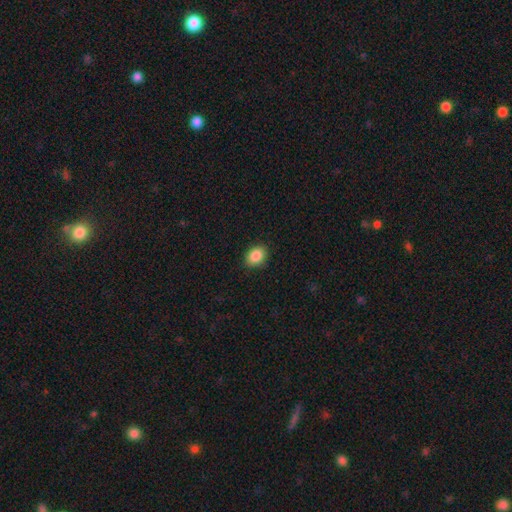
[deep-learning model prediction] smooth-or-featured: smooth: 88% | star or artifact: 8% | featured or disk: 4%
  how-rounded: in between: 70% | round: 29% | cigar-shaped: 1%
  merging: none: 88% | minor disturbance: 9% | major disturbance: 2% | merger: 1%